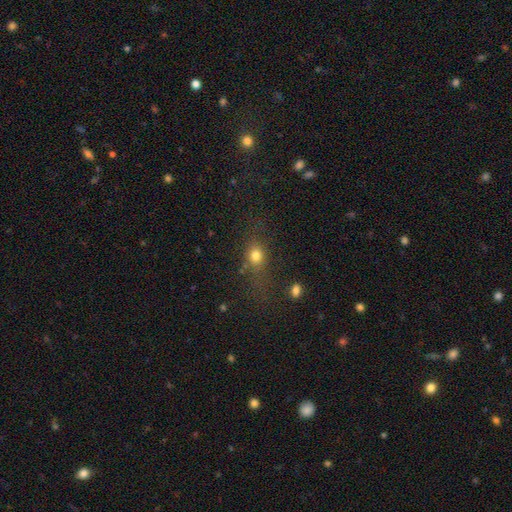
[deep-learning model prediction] Smooth or featured: smooth — 74% (star or artifact — 15%)
How rounded: round — 55% (in between — 39%)
Merging: none — 62% (minor disturbance — 18%)